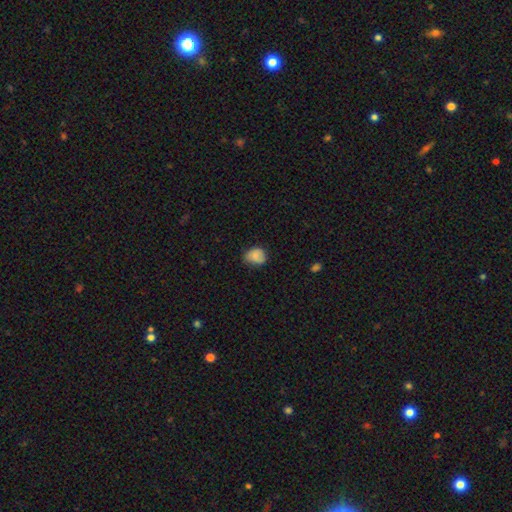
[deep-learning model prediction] smooth 80%, featured or disk 11%, star or artifact 9%. Down the decision tree: how rounded — round (55%); merging — none (62%).